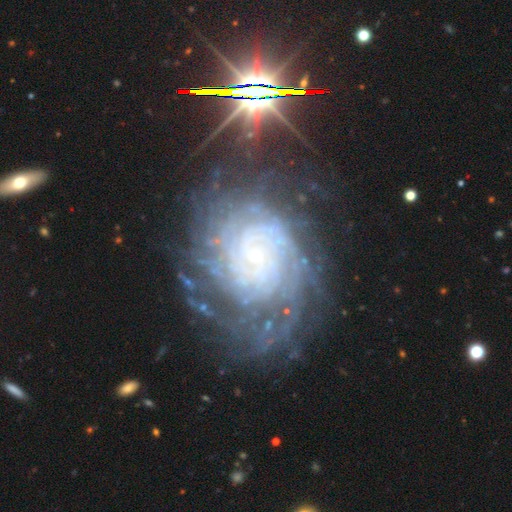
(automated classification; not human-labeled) A featured or disk galaxy (82%) with no bar (74%), tight (78%) spiral arms (96%) and a small central bulge (82%).

Vote fractions:
- Smooth or featured? featured or disk: 82% / star or artifact: 11% / smooth: 7%
- Edge-on disk? no: 97% / yes: 3%
- Bar? no: 74% / weak: 20% / strong: 7%
- Spiral arms? yes: 96% / no: 4%
- Spiral winding? tight: 78% / medium: 18% / loose: 5%
- Spiral arm count? can't tell: 35% / more than 4: 24% / 4: 14% / 2: 10% / 3: 10% / 1: 7%
- Bulge size? small: 82% / moderate: 9% / none: 7% / large: 2% / dominant: 1%
- Merging? none: 66% / minor disturbance: 19% / major disturbance: 13% / merger: 3%